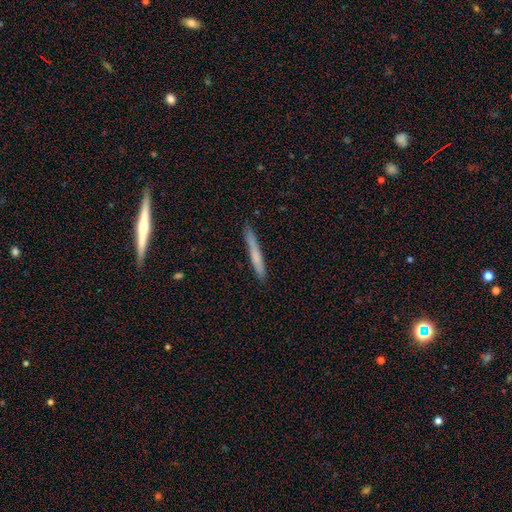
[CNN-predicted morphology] Smooth or featured: smooth — 63% (featured or disk — 30%)
How rounded: cigar-shaped — 96% (in between — 2%)
Merging: none — 86% (minor disturbance — 10%)